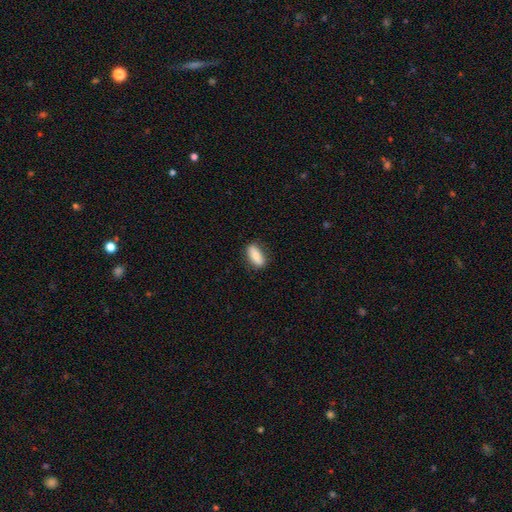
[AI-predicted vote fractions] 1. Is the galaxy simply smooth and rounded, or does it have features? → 78% smooth, 16% featured or disk, 6% star or artifact.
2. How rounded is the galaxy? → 80% in between, 17% cigar-shaped, 3% round.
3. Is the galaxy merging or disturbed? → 83% none, 13% minor disturbance, 3% major disturbance, 1% merger.